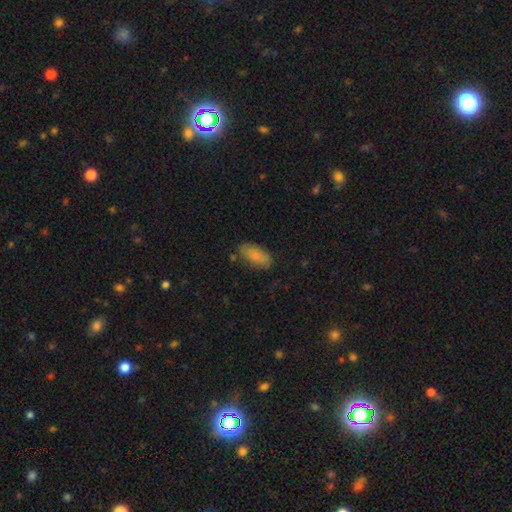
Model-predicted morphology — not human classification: The model was most divided on "merging": none: 74%, minor disturbance: 18%, major disturbance: 4%, merger: 3%. More confident: how rounded — in between (91%); smooth or featured — smooth (79%).